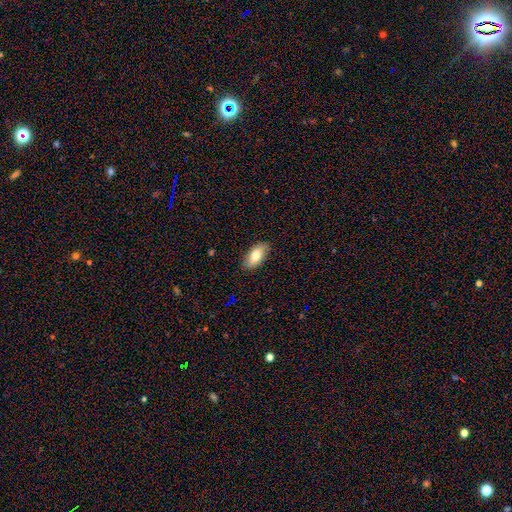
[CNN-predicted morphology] This is likely a smooth galaxy (75%). How rounded: clearly in between (91%). Merging: clearly none (85%).